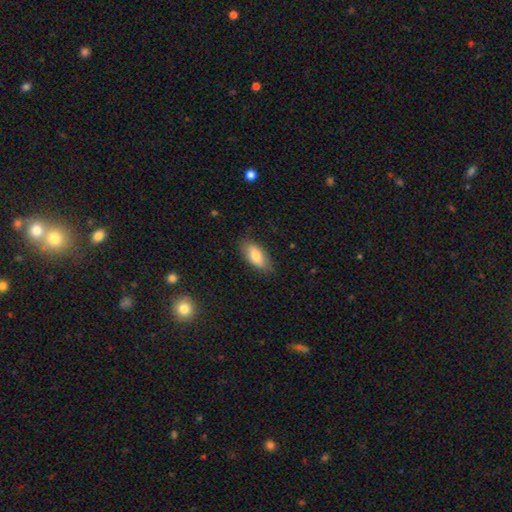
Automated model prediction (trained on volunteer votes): Q: Smooth or featured?
A: smooth (78%); runner-up: featured or disk (15%)
Q: How rounded?
A: in between (87%); runner-up: cigar-shaped (10%)
Q: Merging?
A: none (77%); runner-up: minor disturbance (18%)